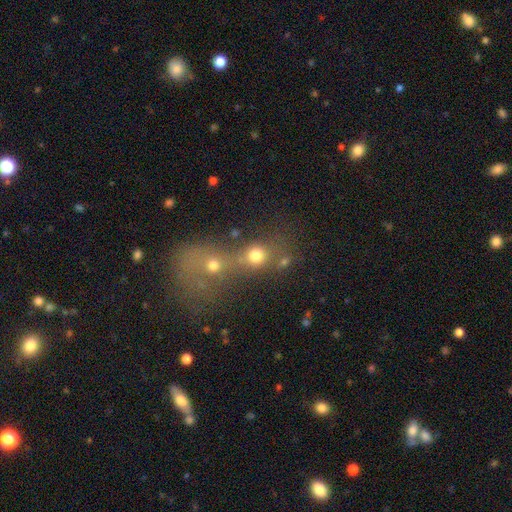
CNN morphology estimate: A smooth galaxy with no disk features (72%) that is round (79%).

Vote fractions:
- Smooth or featured? smooth: 72% / star or artifact: 17% / featured or disk: 11%
- How rounded? round: 79% / in between: 19% / cigar-shaped: 2%
- Merging? merger: 52% / none: 35% / minor disturbance: 7% / major disturbance: 6%